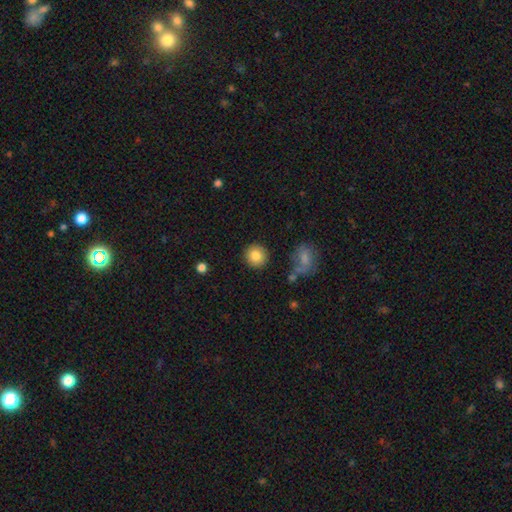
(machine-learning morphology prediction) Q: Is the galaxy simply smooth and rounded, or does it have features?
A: smooth — 84%.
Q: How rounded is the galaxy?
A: round — 93%.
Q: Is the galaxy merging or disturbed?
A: none — 89%.